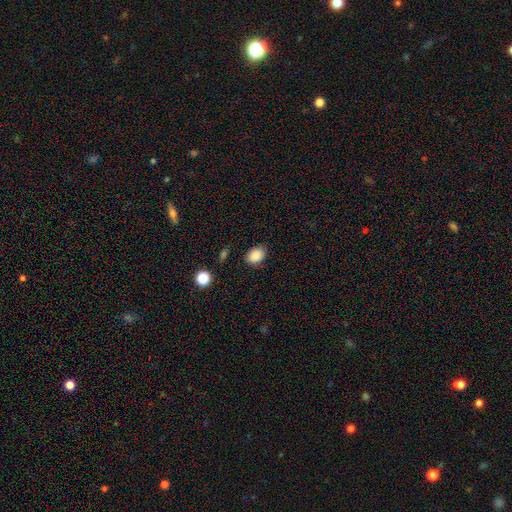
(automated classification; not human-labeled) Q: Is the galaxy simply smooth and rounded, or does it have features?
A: smooth — 87%.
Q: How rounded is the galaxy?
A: in between — 63%.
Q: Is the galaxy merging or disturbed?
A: none — 82%.